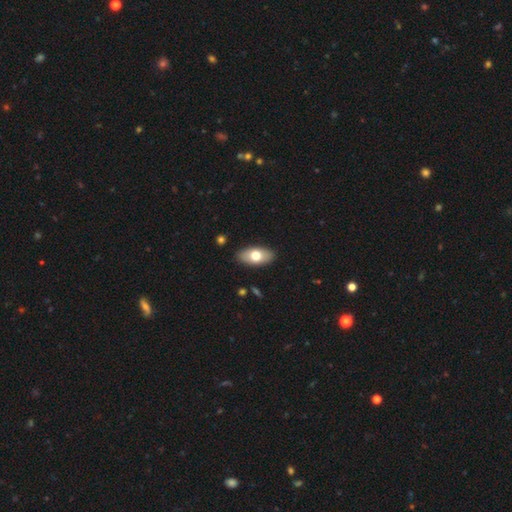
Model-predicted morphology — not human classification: This is likely a smooth galaxy (69%). How rounded: clearly in between (92%). Merging: clearly none (88%).